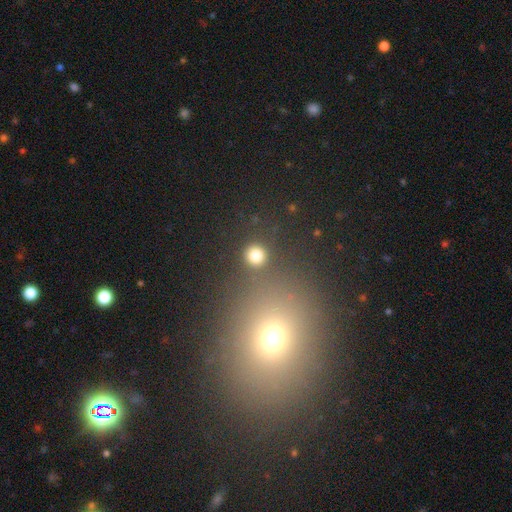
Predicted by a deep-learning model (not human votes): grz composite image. It shows a smooth galaxy with no disk features (82%) that is round (92%). Merging: none (87%).